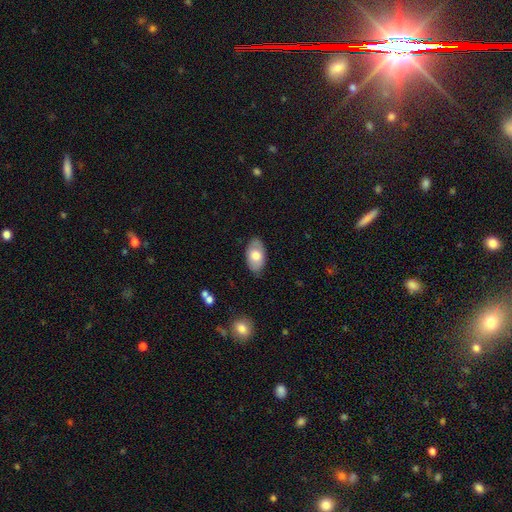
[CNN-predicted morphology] smooth-or-featured: smooth: 72% | featured or disk: 22% | star or artifact: 6%
  how-rounded: in between: 94% | round: 5% | cigar-shaped: 2%
  merging: none: 81% | minor disturbance: 15% | major disturbance: 3% | merger: 1%